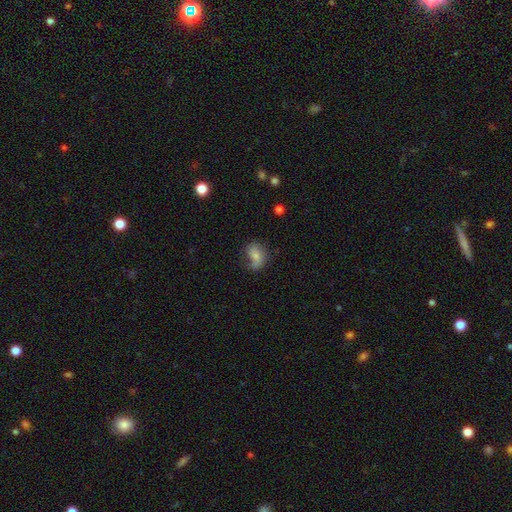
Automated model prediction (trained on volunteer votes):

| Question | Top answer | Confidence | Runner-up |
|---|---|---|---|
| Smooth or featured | smooth | 65% | featured or disk (25%) |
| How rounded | in between | 72% | round (27%) |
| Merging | none | 46% | minor disturbance (30%) |